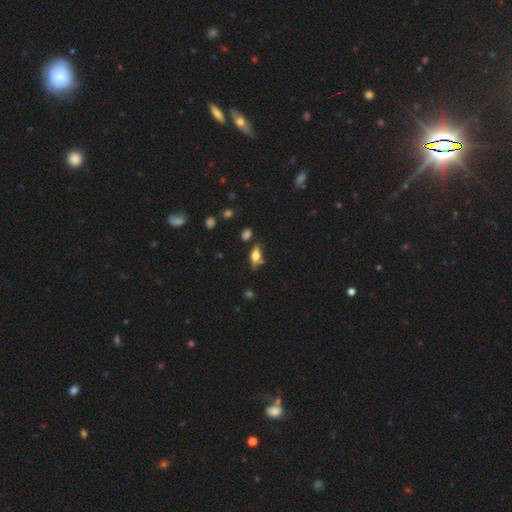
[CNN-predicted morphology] This appears to be a smooth galaxy with no disk features (56%) that is in between round and cigar-shaped (75%). Merging: none (66%).